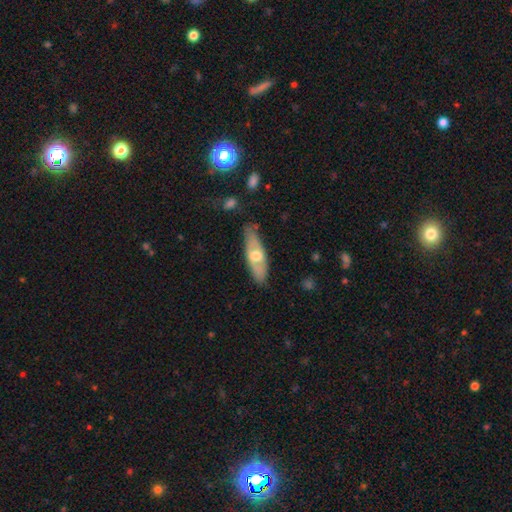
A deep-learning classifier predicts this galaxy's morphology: featured or disk 53%, smooth 41%, star or artifact 6%. Down the decision tree: edge-on disk — no (56%); merging — none (77%).